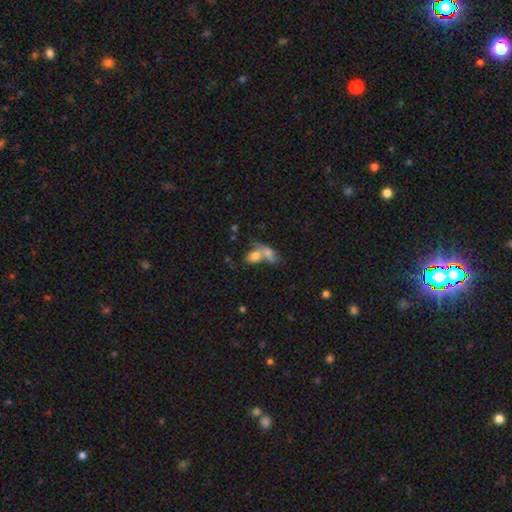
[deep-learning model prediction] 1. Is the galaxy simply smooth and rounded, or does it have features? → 74% smooth, 17% featured or disk, 9% star or artifact.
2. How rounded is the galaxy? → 76% in between, 19% round, 5% cigar-shaped.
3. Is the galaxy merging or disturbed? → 65% merger, 22% none, 7% minor disturbance, 5% major disturbance.